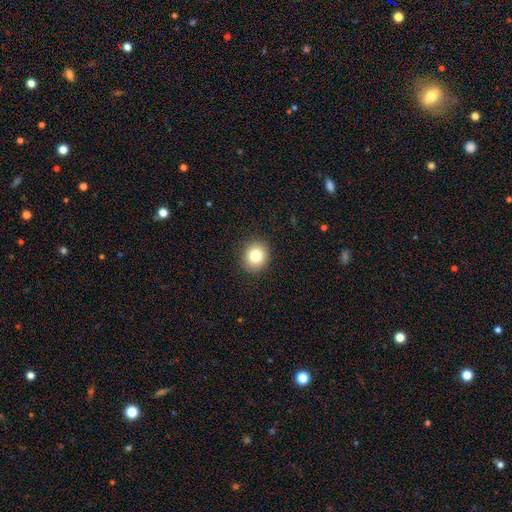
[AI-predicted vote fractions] Morphology: type=smooth (80%); roundness=round (80%); merging=none (90%).